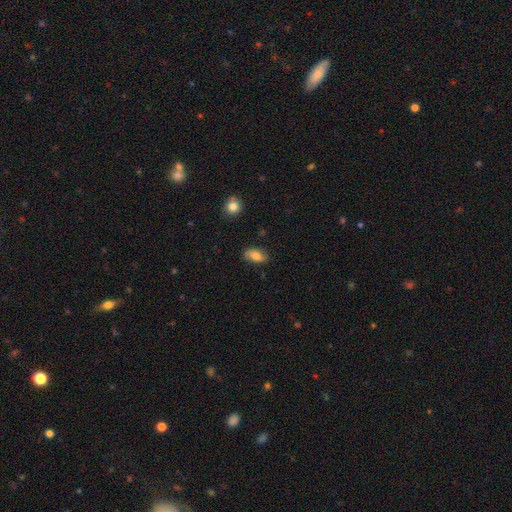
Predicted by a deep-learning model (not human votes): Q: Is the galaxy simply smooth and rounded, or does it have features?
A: smooth — 75%.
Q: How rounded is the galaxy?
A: in between — 91%.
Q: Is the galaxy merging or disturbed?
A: none — 82%.